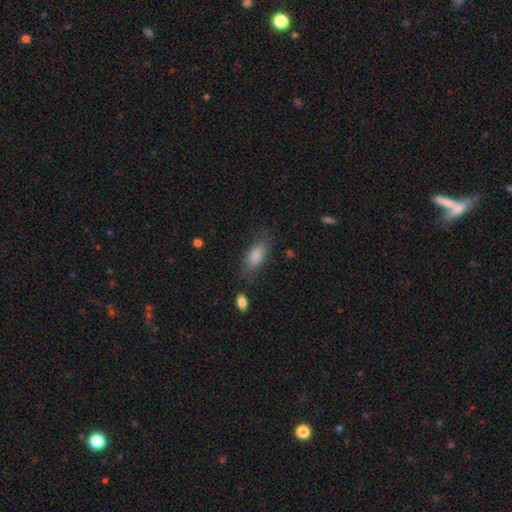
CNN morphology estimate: The model was most divided on "merging": none: 69%, minor disturbance: 20%, major disturbance: 8%, merger: 3%. More confident: how rounded — in between (85%); smooth or featured — smooth (85%).